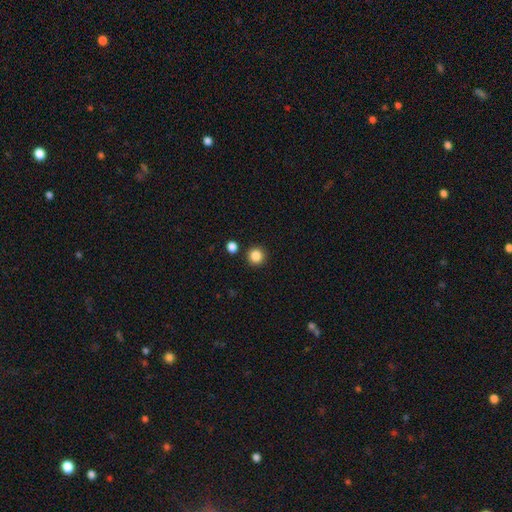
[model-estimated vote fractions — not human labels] Morphology: type=smooth (86%); roundness=round (95%); merging=none (89%).